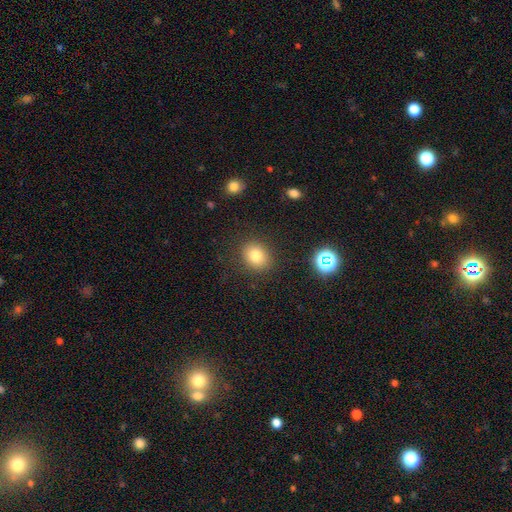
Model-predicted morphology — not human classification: Q: Smooth or featured?
A: smooth (79%); runner-up: star or artifact (13%)
Q: How rounded?
A: round (65%); runner-up: in between (34%)
Q: Merging?
A: none (86%); runner-up: minor disturbance (9%)